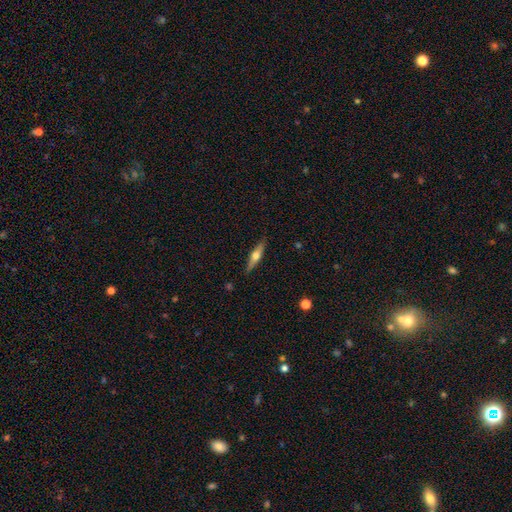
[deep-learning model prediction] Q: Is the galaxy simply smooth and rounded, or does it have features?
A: featured or disk — 62%.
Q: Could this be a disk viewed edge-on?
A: yes — 96%.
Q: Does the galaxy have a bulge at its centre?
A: rounded — 93%.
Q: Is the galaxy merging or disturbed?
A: none — 89%.